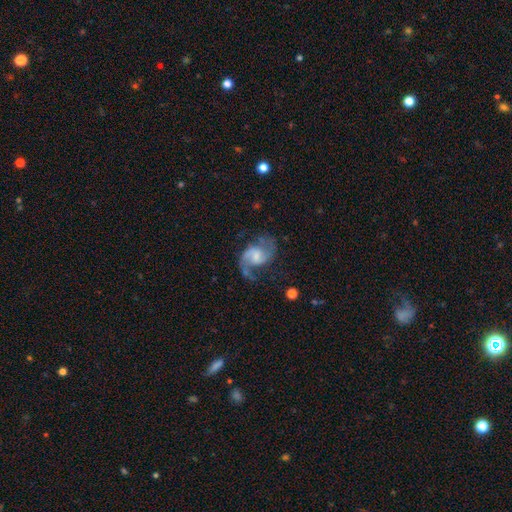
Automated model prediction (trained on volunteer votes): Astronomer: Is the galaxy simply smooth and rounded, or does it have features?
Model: featured or disk — 86%.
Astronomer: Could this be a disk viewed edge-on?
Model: no — 98%.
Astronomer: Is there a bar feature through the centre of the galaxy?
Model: weak — 51% (runner-up: no, 38%).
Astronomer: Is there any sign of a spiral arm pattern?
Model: yes — 96%.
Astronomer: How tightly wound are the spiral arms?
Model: medium — 48% (runner-up: loose, 41%).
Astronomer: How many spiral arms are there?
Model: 2 — 88%.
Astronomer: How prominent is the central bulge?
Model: small — 38% (runner-up: moderate, 32%).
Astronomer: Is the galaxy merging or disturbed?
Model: none — 60%.